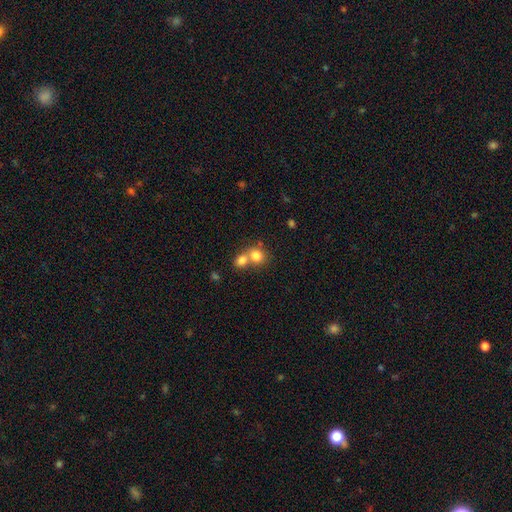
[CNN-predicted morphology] A smooth galaxy with no disk features (79%) that is round (71%).

Vote fractions:
- Smooth or featured? smooth: 79% / star or artifact: 11% / featured or disk: 10%
- How rounded? round: 71% / in between: 28% / cigar-shaped: 1%
- Merging? merger: 56% / none: 35% / minor disturbance: 6% / major disturbance: 3%